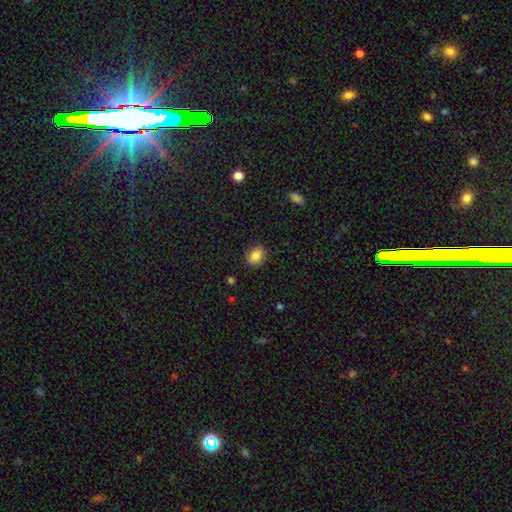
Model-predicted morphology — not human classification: type=smooth (84%); roundness=in between (62%); merging=none (86%).